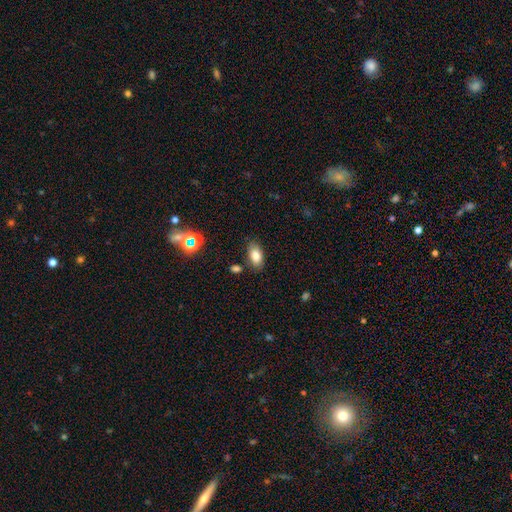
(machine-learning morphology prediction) Smooth or featured: smooth — 81% (star or artifact — 10%)
How rounded: in between — 91% (round — 6%)
Merging: none — 79% (minor disturbance — 13%)